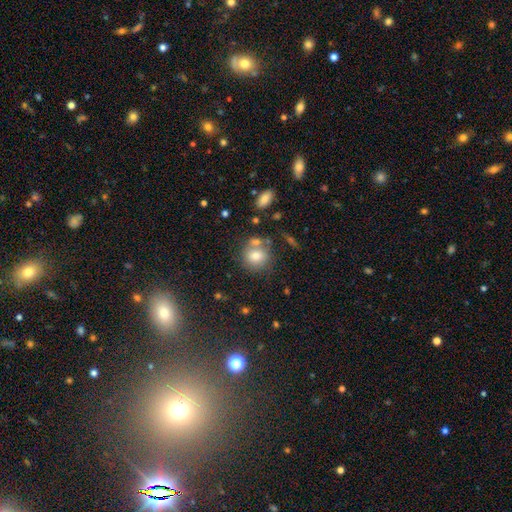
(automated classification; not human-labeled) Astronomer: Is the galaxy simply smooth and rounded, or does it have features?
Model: smooth — 75%.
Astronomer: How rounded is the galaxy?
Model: round — 82%.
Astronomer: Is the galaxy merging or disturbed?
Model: none — 59%.